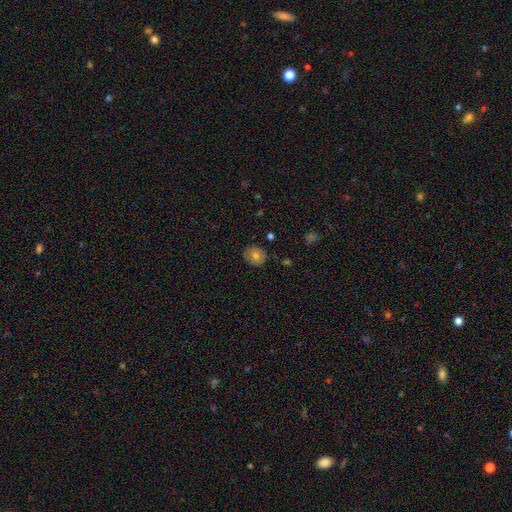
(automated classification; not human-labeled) Overall: smooth (69%). How rounded: round (84%). Merging: none (86%).